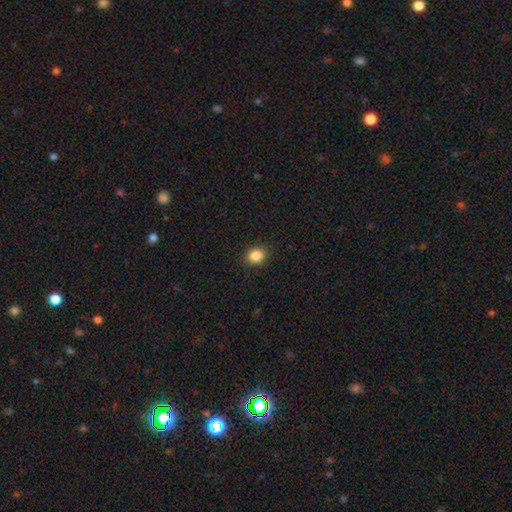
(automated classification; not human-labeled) smooth-or-featured: smooth: 86% | star or artifact: 10% | featured or disk: 4%
  how-rounded: round: 67% | in between: 32% | cigar-shaped: 1%
  merging: none: 90% | minor disturbance: 7% | major disturbance: 2% | merger: 1%